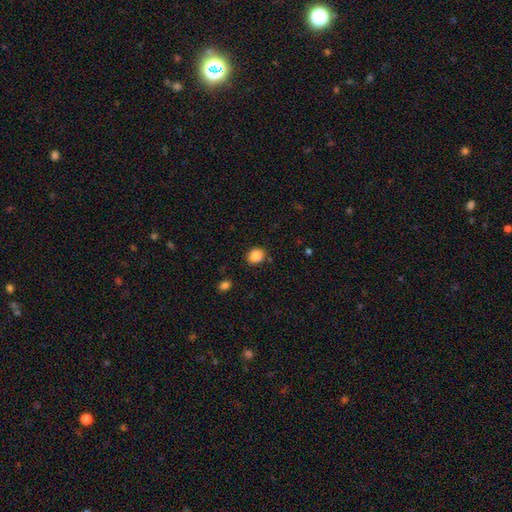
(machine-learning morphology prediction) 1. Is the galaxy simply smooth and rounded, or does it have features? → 87% smooth, 9% star or artifact, 4% featured or disk.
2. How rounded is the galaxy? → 68% round, 32% in between, 1% cigar-shaped.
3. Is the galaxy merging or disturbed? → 81% none, 12% minor disturbance, 3% merger, 3% major disturbance.